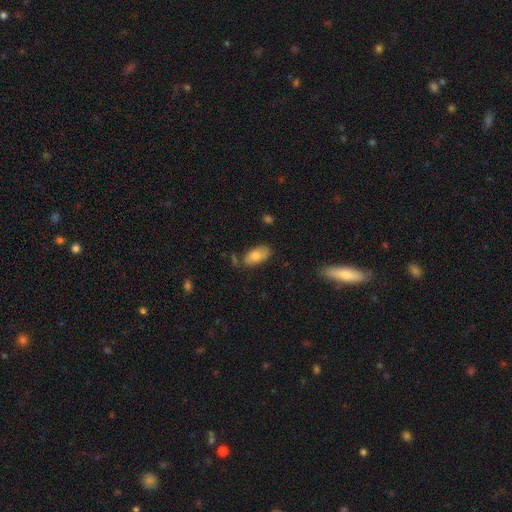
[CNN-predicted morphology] This is likely a smooth galaxy (77%). How rounded: clearly in between (93%). Merging: likely none (71%).